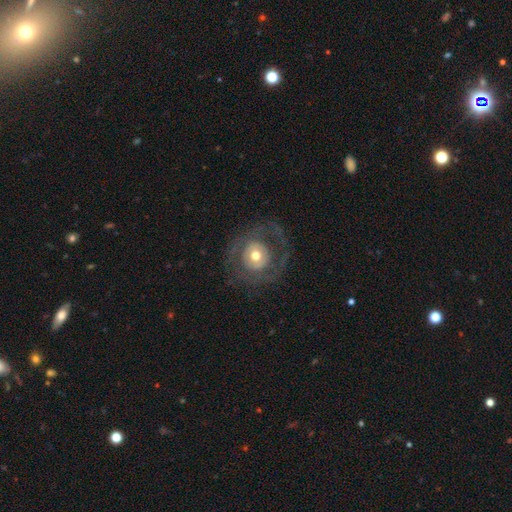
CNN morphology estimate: The model was most divided on "spiral arms": no: 59%, yes: 41%. More confident: edge-on disk — no (96%); bar — no (81%); bulge size — moderate (71%); merging — none (67%); smooth or featured — featured or disk (58%).